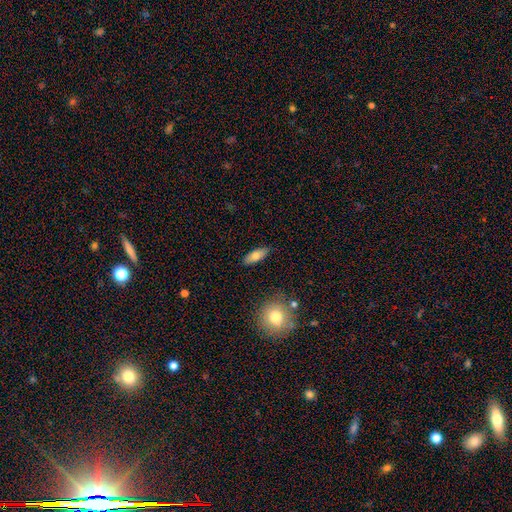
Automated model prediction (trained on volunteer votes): The model was most divided on "how rounded": in between: 72%, cigar-shaped: 25%, round: 3%. More confident: merging — none (86%); smooth or featured — smooth (75%).